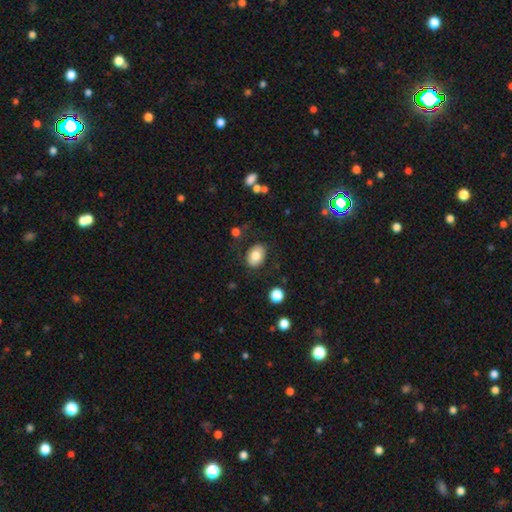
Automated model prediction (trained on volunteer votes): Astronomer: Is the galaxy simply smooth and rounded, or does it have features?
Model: smooth — 78%.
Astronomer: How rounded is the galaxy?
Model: in between — 71%.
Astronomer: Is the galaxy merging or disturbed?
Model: none — 82%.